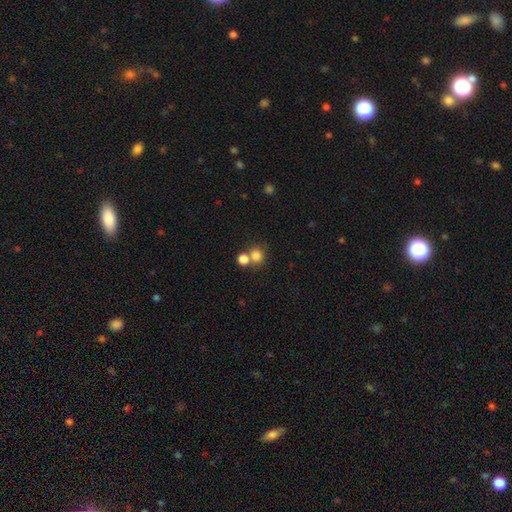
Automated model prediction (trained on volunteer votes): This is likely a smooth galaxy (80%). How rounded: clearly round (83%). Merging: possibly none (51%).